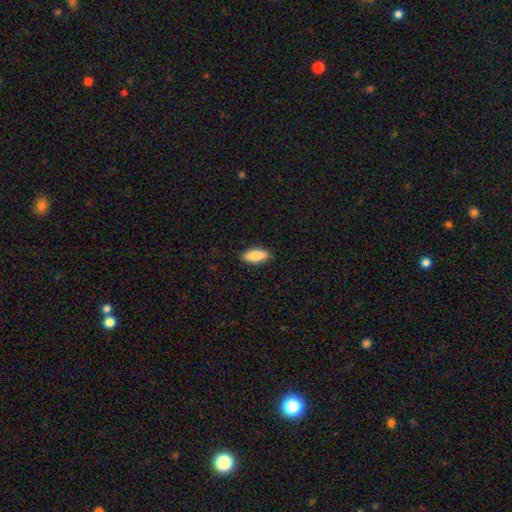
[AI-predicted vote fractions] smooth_or_featured: smooth (p=0.77) [alt: featured or disk p=0.17]
how_rounded: in between (p=0.82) [alt: cigar-shaped p=0.16]
merging: none (p=0.90) [alt: minor disturbance p=0.08]